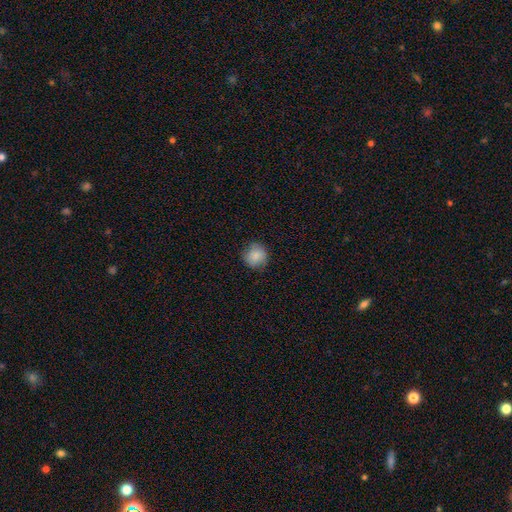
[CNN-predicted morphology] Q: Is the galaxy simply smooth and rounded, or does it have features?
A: smooth — 86%.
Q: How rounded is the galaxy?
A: round — 90%.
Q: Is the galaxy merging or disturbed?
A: none — 83%.